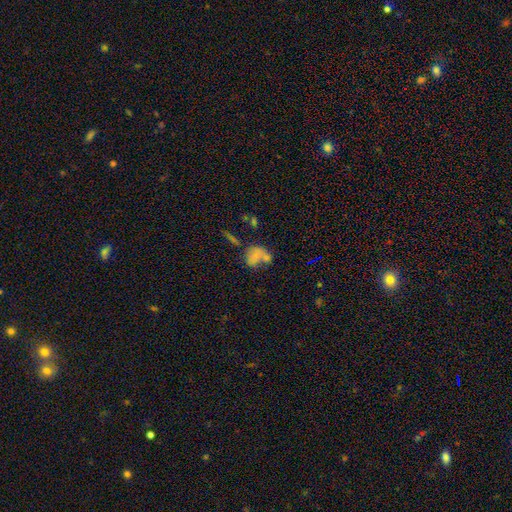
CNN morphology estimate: smooth_or_featured: smooth (p=0.61) [alt: featured or disk p=0.24]
how_rounded: round (p=0.53) [alt: in between p=0.45]
merging: none (p=0.34) [tied with: merger p=0.34]